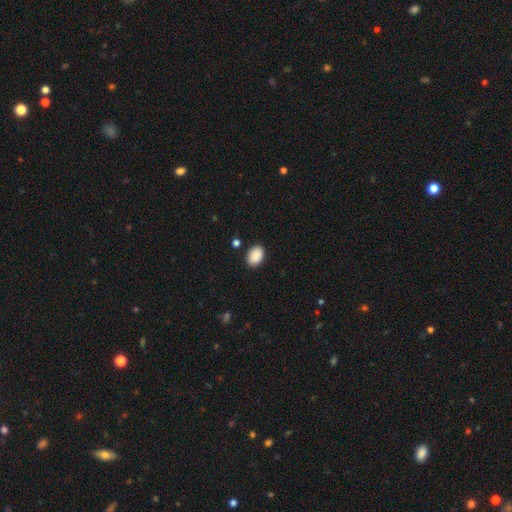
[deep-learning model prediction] Morphology: type=smooth (90%); roundness=in between (82%); merging=none (87%).